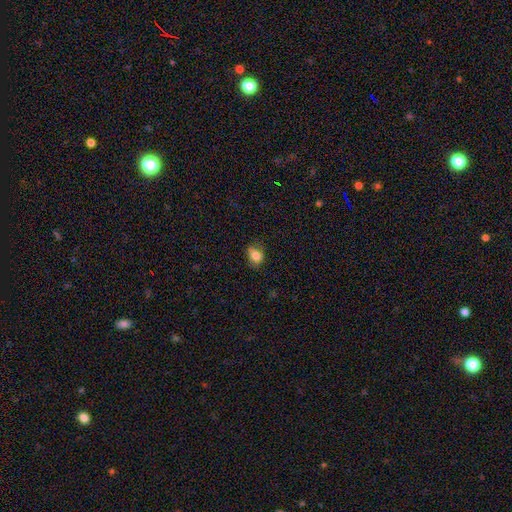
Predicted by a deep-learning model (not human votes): Smooth or featured? Predicted: smooth (p=0.81). How rounded? Predicted: in between (p=0.54). Merging? Predicted: none (p=0.64).